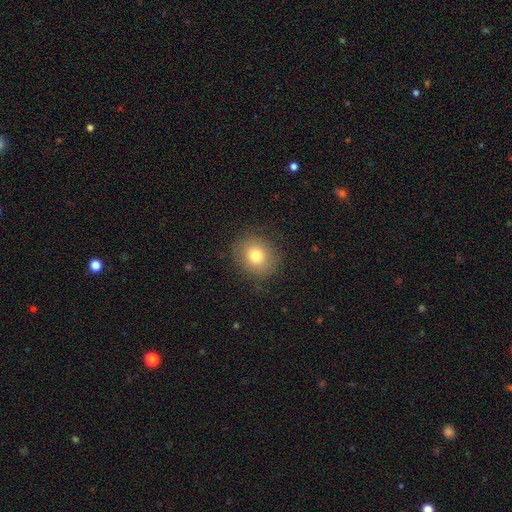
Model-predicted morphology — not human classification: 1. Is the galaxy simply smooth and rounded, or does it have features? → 78% smooth, 11% featured or disk, 11% star or artifact.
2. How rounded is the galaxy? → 76% round, 23% in between, 1% cigar-shaped.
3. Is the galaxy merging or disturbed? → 85% none, 10% minor disturbance, 4% major disturbance, 1% merger.